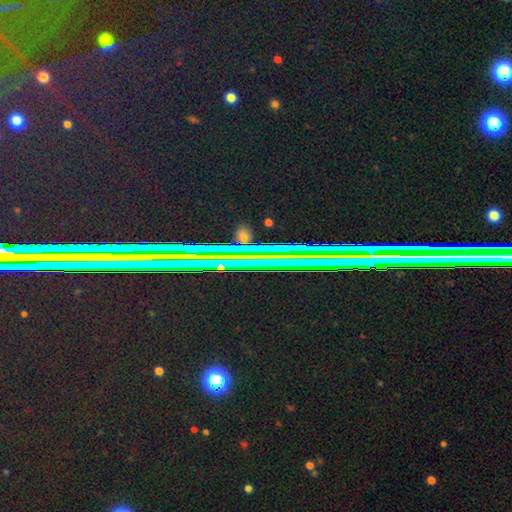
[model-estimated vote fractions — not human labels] A star or artifact, not a galaxy (84%).